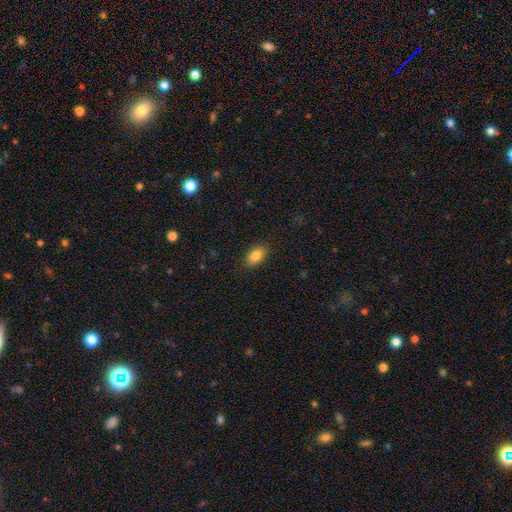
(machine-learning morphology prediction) smooth-or-featured: smooth: 85% | star or artifact: 8% | featured or disk: 7%
  how-rounded: in between: 88% | round: 10% | cigar-shaped: 2%
  merging: none: 85% | minor disturbance: 11% | major disturbance: 3% | merger: 1%